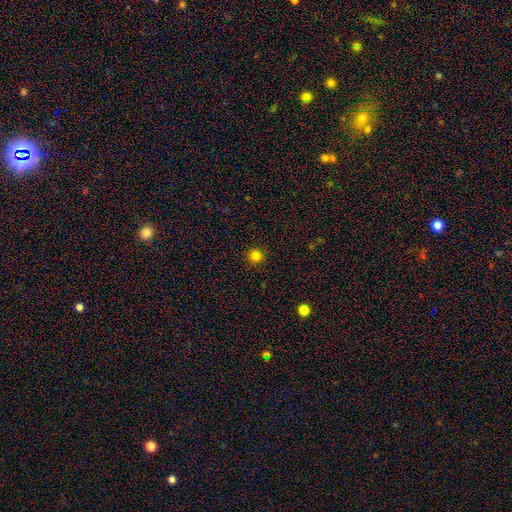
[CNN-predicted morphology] Smooth or featured? smooth (82%)
How rounded? round (96%)
Merging? none (93%)